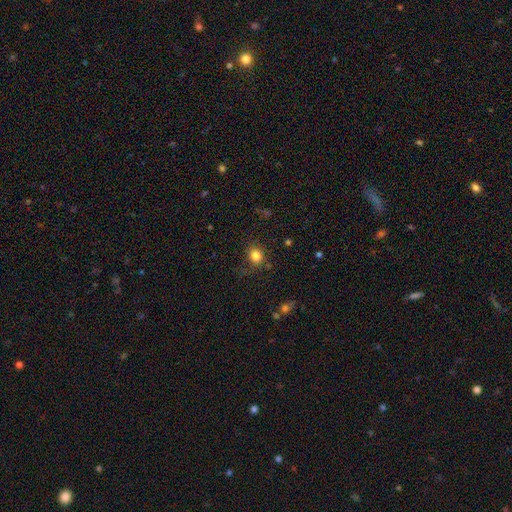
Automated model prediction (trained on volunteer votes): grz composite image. It shows a smooth galaxy with no disk features (82%) that is round (82%). Merging: none (82%).